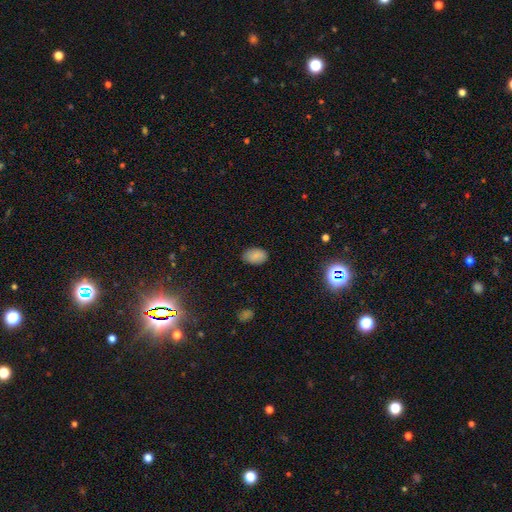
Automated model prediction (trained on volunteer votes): smooth 84%, star or artifact 9%, featured or disk 6%. Down the decision tree: how rounded — in between (87%); merging — none (84%).